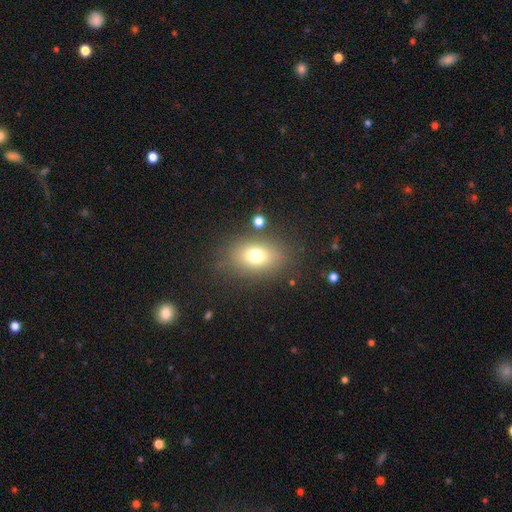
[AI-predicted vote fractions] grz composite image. It shows a smooth galaxy with no disk features (73%) that is in between round and cigar-shaped (74%). Merging: none (79%).